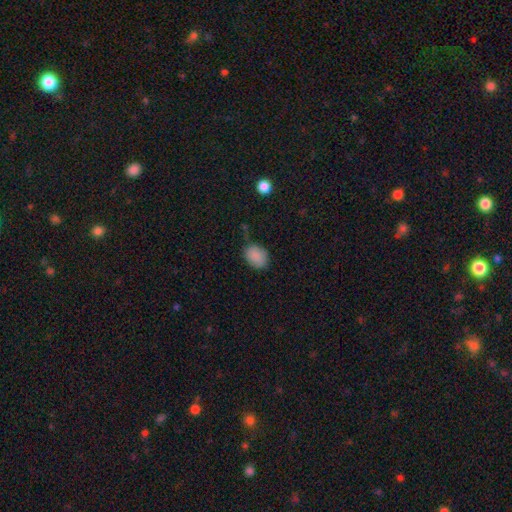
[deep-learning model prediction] Smooth or featured?
  - smooth: 86% *
  - star or artifact: 8%
  - featured or disk: 5%
How rounded?
  - in between: 64% *
  - round: 35%
  - cigar-shaped: 1%
Merging?
  - none: 65% *
  - minor disturbance: 26%
  - major disturbance: 6%
  - merger: 3%